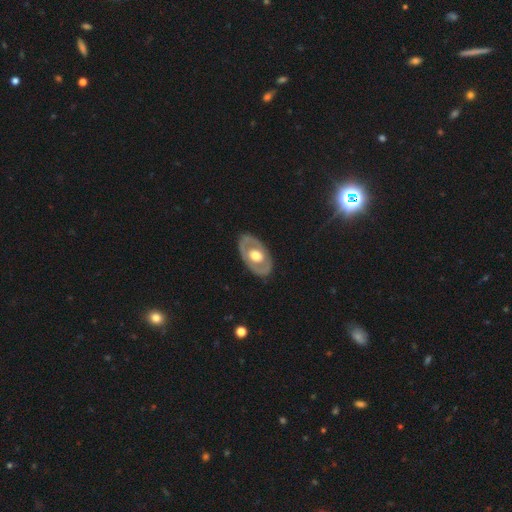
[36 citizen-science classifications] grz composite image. It shows a featured or disk galaxy (50%) with no bar (80%), no spiral arms (87%) and a moderate central bulge (60%). Merging: none (89%).